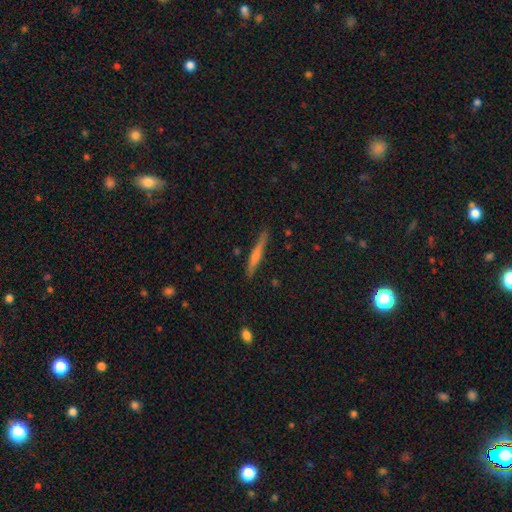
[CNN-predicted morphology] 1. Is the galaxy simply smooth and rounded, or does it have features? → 50% featured or disk, 43% smooth, 7% star or artifact.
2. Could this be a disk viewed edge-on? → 97% yes, 3% no.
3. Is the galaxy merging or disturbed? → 87% none, 10% minor disturbance, 2% major disturbance, 2% merger.